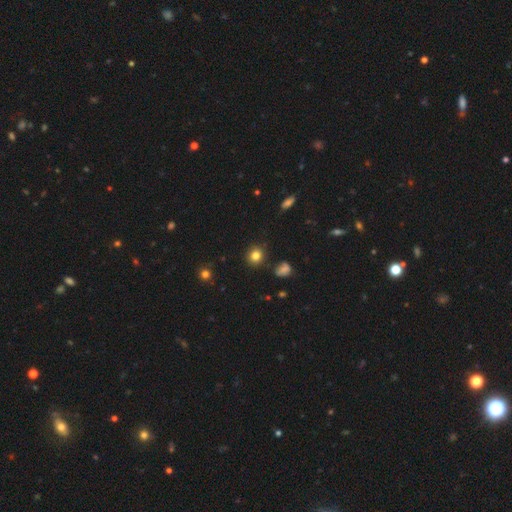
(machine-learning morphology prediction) Smooth or featured? smooth (82%)
How rounded? round (84%)
Merging? none (87%)